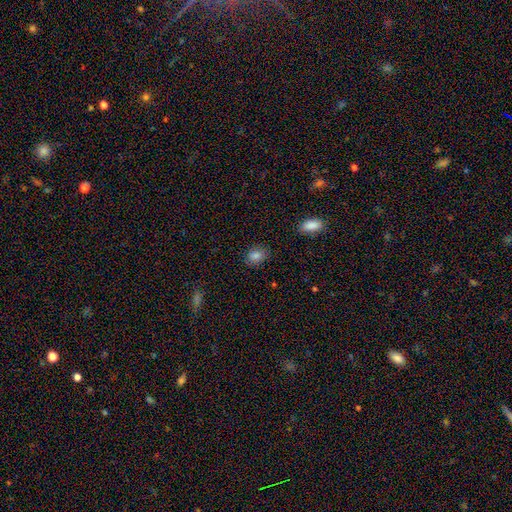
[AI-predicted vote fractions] The model was most divided on "how rounded": in between: 60%, round: 39%, cigar-shaped: 1%. More confident: merging — none (84%); smooth or featured — smooth (83%).